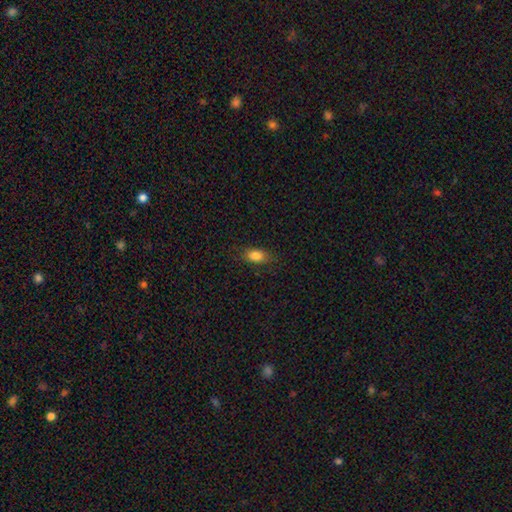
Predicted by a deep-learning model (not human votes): Smooth or featured: smooth — 83% (star or artifact — 9%)
How rounded: in between — 85% (round — 11%)
Merging: none — 82% (minor disturbance — 13%)